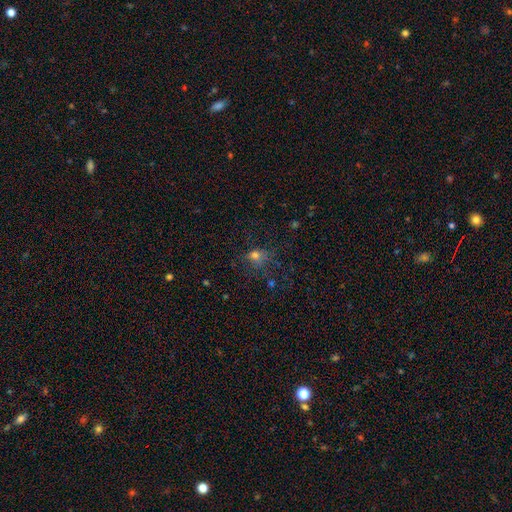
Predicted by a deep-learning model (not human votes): Morphology: type=smooth (57%); roundness=round (72%); merging=none (64%).